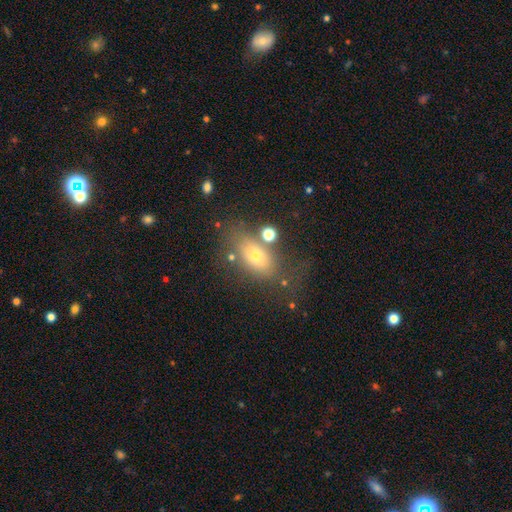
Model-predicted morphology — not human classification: A smooth galaxy with no disk features (64%) that is in between round and cigar-shaped (78%). Merging: none (59%).